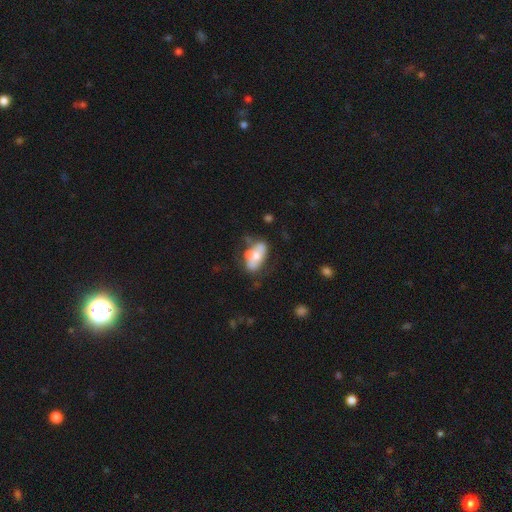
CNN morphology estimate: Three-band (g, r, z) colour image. It shows a smooth galaxy with no disk features (49%). Merging: none (44%).